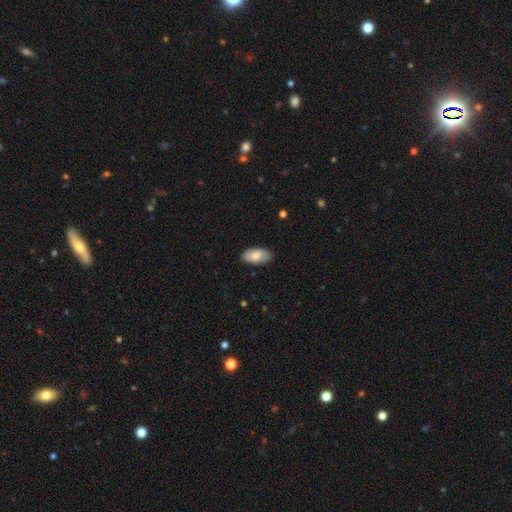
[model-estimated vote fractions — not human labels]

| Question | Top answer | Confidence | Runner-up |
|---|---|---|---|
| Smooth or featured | smooth | 76% | featured or disk (18%) |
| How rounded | in between | 95% | cigar-shaped (3%) |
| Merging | none | 83% | minor disturbance (14%) |